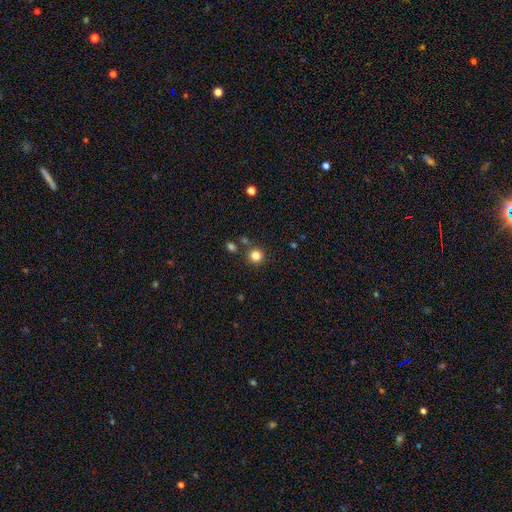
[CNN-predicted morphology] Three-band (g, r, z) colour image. It shows a smooth galaxy with no disk features (82%) that is round (94%). Merging: none (84%).